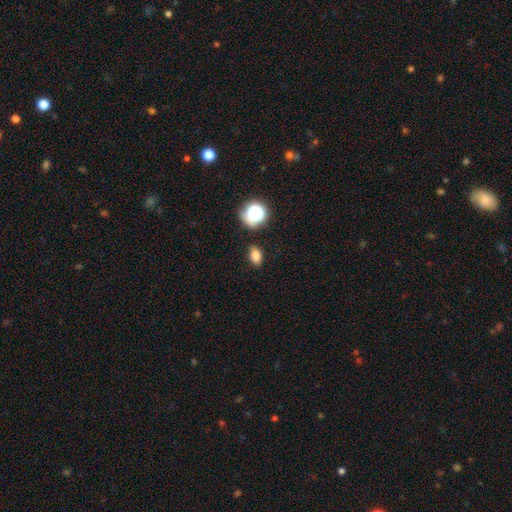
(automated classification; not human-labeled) smooth-or-featured: smooth: 79% | star or artifact: 15% | featured or disk: 6%
  how-rounded: in between: 82% | round: 15% | cigar-shaped: 3%
  merging: none: 83% | minor disturbance: 11% | major disturbance: 3% | merger: 2%